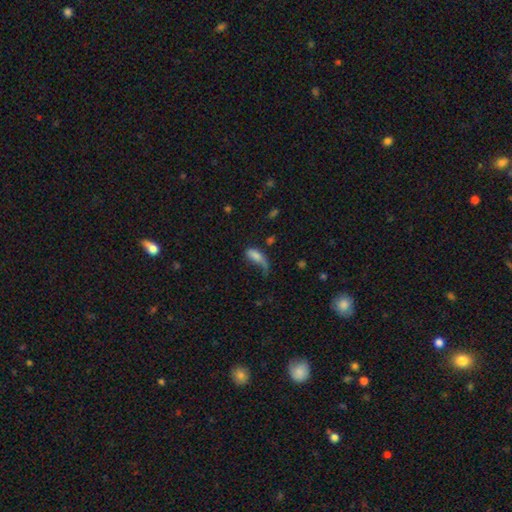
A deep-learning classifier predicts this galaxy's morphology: Smooth or featured?
  - smooth: 72% *
  - featured or disk: 20%
  - star or artifact: 9%
How rounded?
  - in between: 80% *
  - cigar-shaped: 15%
  - round: 5%
Merging?
  - major disturbance: 43% *
  - minor disturbance: 26%
  - none: 25%
  - merger: 7%